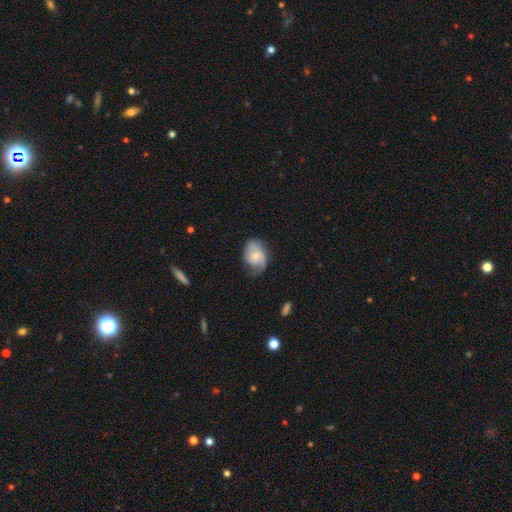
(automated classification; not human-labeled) A smooth galaxy with no disk features (47%). Merging: none (54%).